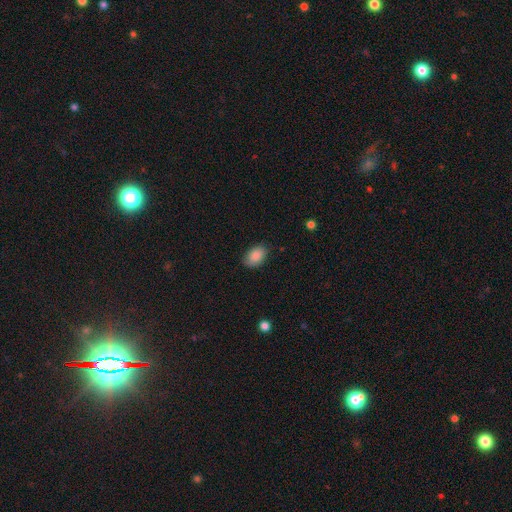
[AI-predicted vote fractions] smooth-or-featured: smooth: 87% | star or artifact: 7% | featured or disk: 6%
  how-rounded: in between: 87% | round: 12% | cigar-shaped: 1%
  merging: none: 79% | minor disturbance: 17% | major disturbance: 3% | merger: 1%